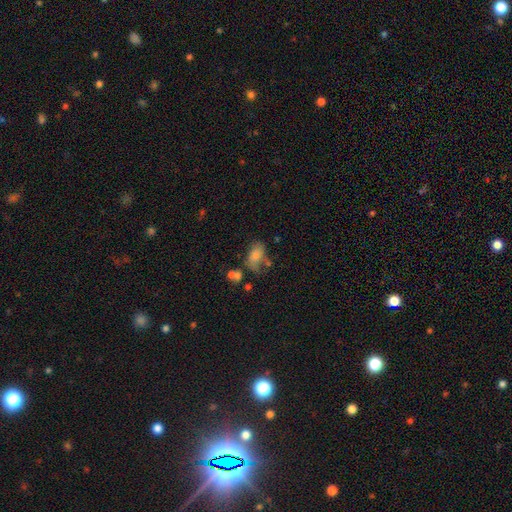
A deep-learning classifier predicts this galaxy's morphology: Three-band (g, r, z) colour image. It shows a smooth galaxy with no disk features (71%) that is in between round and cigar-shaped (88%). Merging: none (36%).